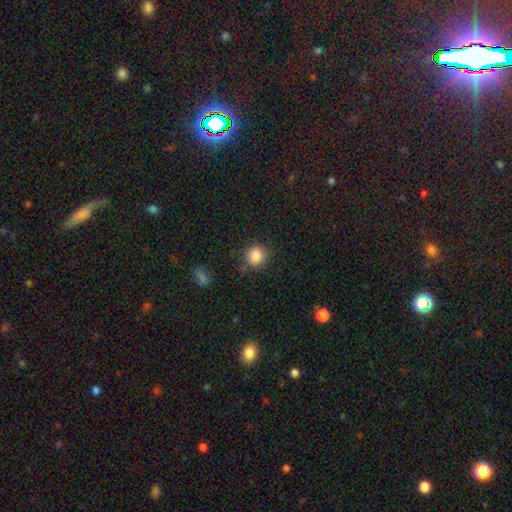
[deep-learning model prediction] smooth_or_featured: smooth (p=0.86) [alt: star or artifact p=0.10]
how_rounded: round (p=0.84) [alt: in between p=0.15]
merging: none (p=0.82) [alt: minor disturbance p=0.12]